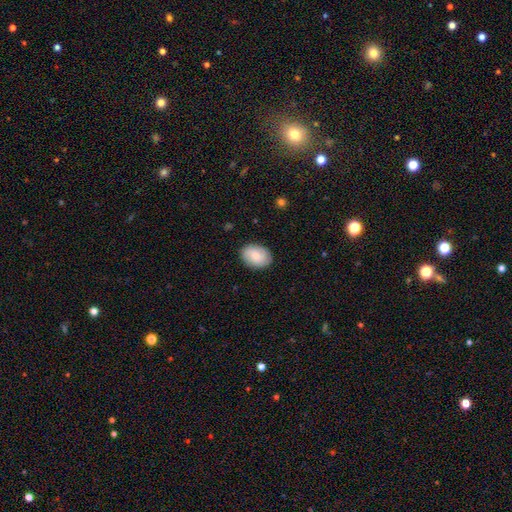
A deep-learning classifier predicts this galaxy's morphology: Smooth or featured: smooth — 71% (featured or disk — 22%)
How rounded: in between — 72% (round — 27%)
Merging: none — 86% (minor disturbance — 11%)